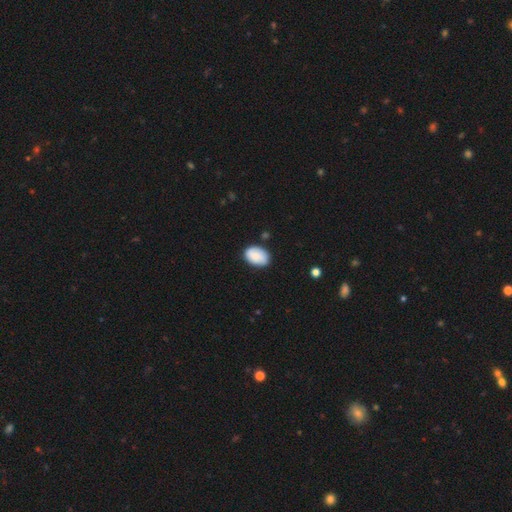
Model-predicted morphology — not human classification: This is clearly a smooth galaxy (85%). How rounded: clearly in between (85%). Merging: likely none (77%).